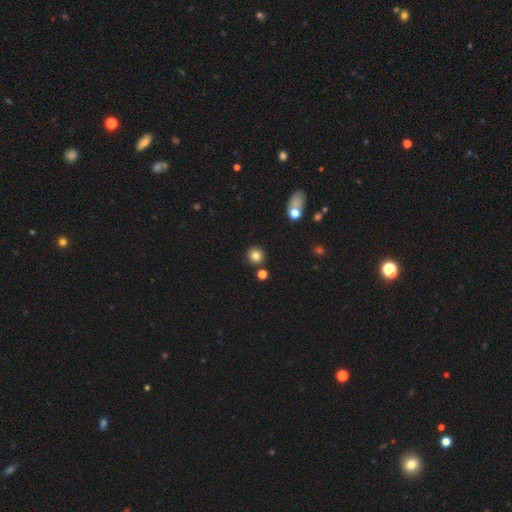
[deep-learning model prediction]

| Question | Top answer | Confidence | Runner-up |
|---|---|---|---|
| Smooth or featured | smooth | 81% | star or artifact (12%) |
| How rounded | round | 92% | in between (7%) |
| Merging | none | 86% | minor disturbance (7%) |